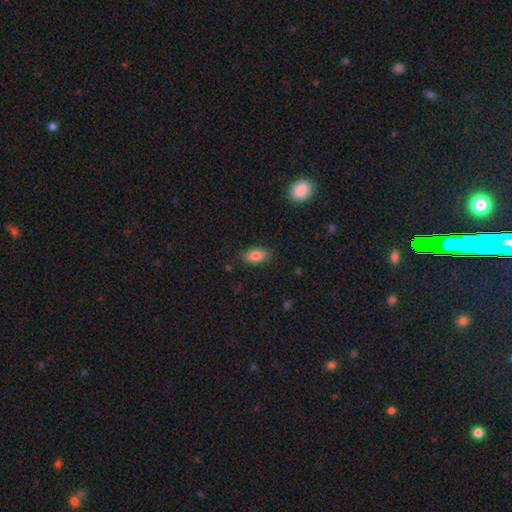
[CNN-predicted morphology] A smooth galaxy with no disk features (85%) that is in between round and cigar-shaped (89%).

Vote fractions:
- Smooth or featured? smooth: 85% / star or artifact: 8% / featured or disk: 8%
- How rounded? in between: 89% / cigar-shaped: 6% / round: 4%
- Merging? none: 85% / minor disturbance: 11% / major disturbance: 3% / merger: 1%